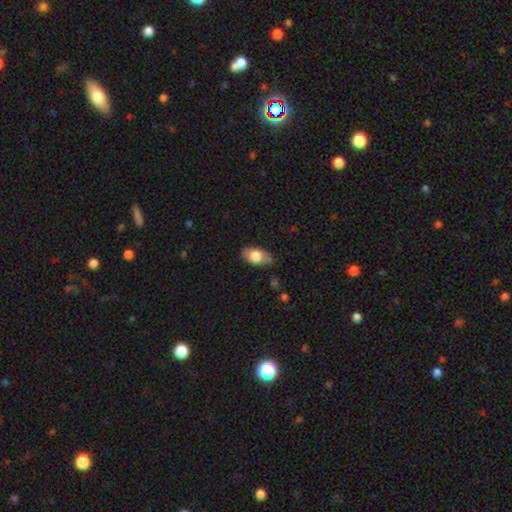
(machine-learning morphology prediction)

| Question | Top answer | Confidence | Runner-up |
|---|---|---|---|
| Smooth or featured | smooth | 72% | featured or disk (21%) |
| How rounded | in between | 91% | round (6%) |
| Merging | none | 77% | minor disturbance (18%) |